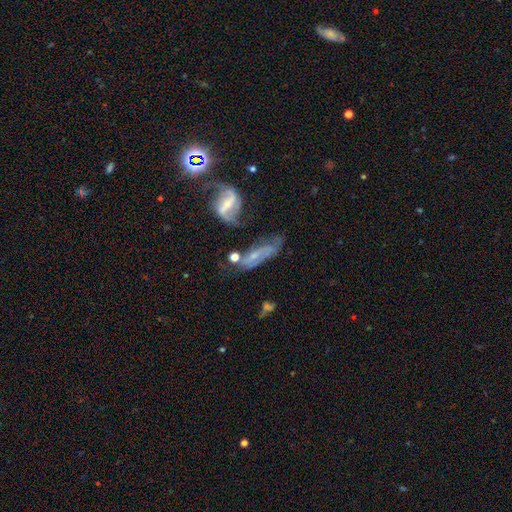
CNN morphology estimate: Q: Smooth or featured?
A: featured or disk (62%); runner-up: smooth (26%)
Q: Edge-on disk?
A: no (77%); runner-up: yes (23%)
Q: Merging?
A: none (44%); runner-up: minor disturbance (24%)